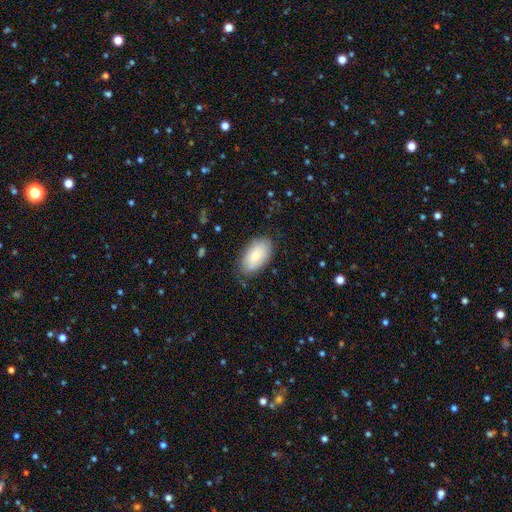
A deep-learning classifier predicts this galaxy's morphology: smooth-or-featured: smooth: 77% | featured or disk: 17% | star or artifact: 6%
  how-rounded: in between: 94% | round: 4% | cigar-shaped: 2%
  merging: none: 77% | minor disturbance: 18% | major disturbance: 4% | merger: 1%